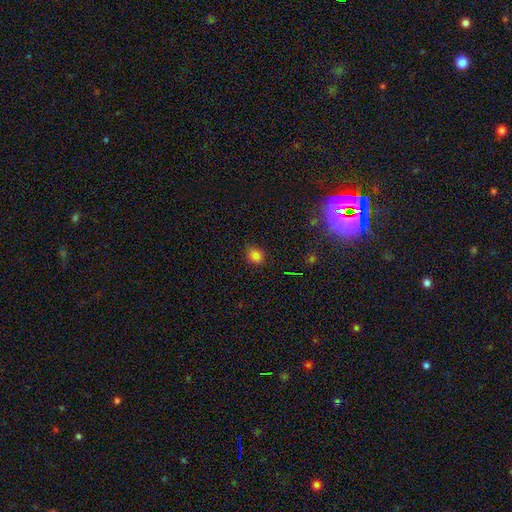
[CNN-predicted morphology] A smooth galaxy with no disk features (78%) that is round (67%). Merging: none (78%).